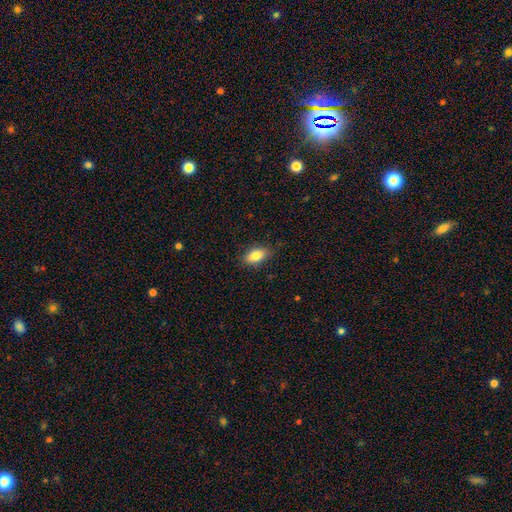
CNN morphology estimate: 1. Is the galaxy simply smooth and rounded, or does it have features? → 83% smooth, 9% featured or disk, 8% star or artifact.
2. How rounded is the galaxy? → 89% in between, 5% round, 5% cigar-shaped.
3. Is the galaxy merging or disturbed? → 84% none, 12% minor disturbance, 3% major disturbance, 1% merger.